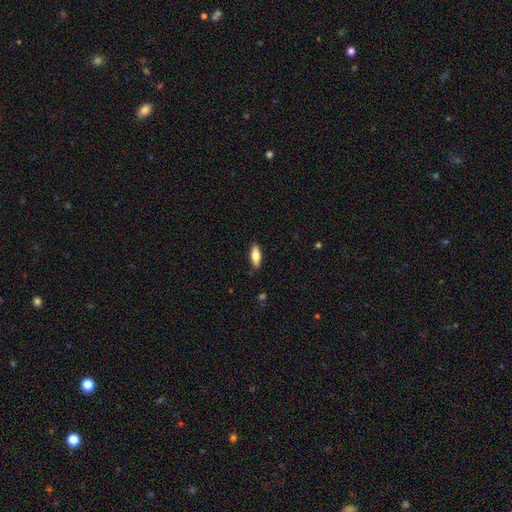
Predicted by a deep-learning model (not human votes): This is likely a smooth galaxy (71%). How rounded: likely in between (69%). Merging: clearly none (88%).